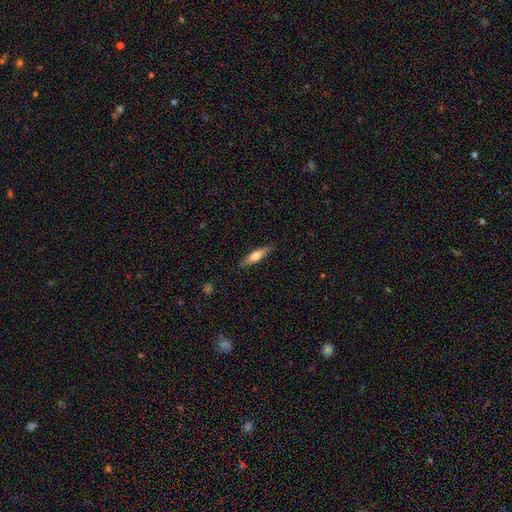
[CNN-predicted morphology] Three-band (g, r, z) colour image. It shows a smooth galaxy with no disk features (62%) that is cigar-shaped (70%). Merging: none (86%).